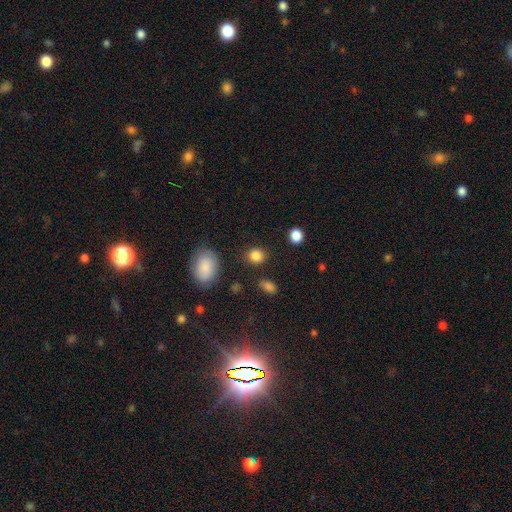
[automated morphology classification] This is clearly a smooth galaxy (85%). How rounded: likely round (73%). Merging: clearly none (85%).